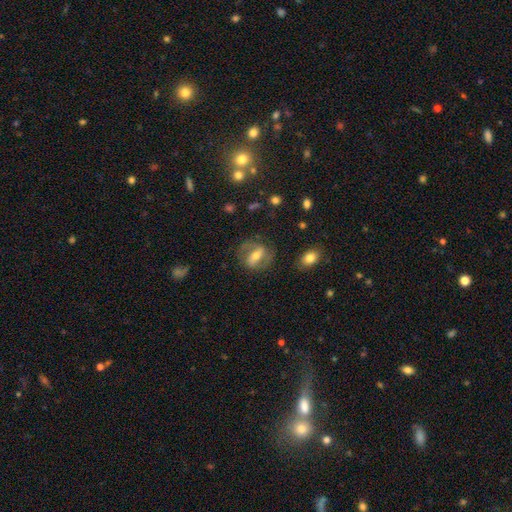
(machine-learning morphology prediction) The model was most divided on "bulge size": moderate: 57%, small: 31%, large: 8%, none: 2%, dominant: 1%. More confident: edge-on disk — no (88%); merging — none (73%); spiral arms — yes (67%); smooth or featured — featured or disk (59%); bar — strong (57%).